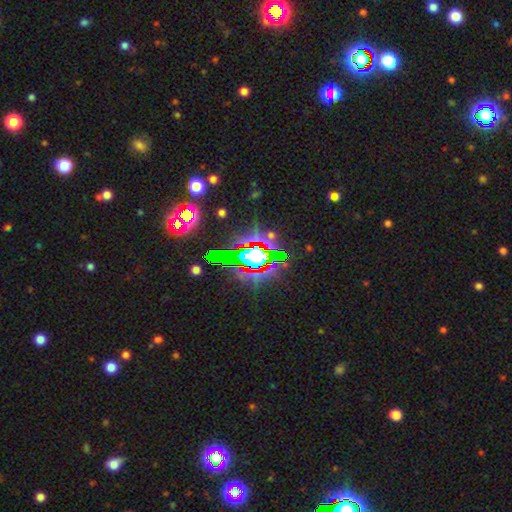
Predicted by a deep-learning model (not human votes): Q: Smooth or featured?
A: star or artifact (68%); runner-up: smooth (18%)